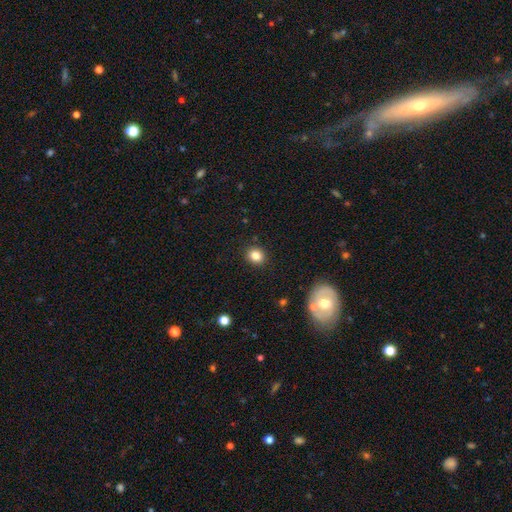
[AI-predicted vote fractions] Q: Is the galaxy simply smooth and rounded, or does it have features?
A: smooth — 84%.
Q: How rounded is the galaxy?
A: round — 73%.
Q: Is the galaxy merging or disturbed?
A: none — 90%.